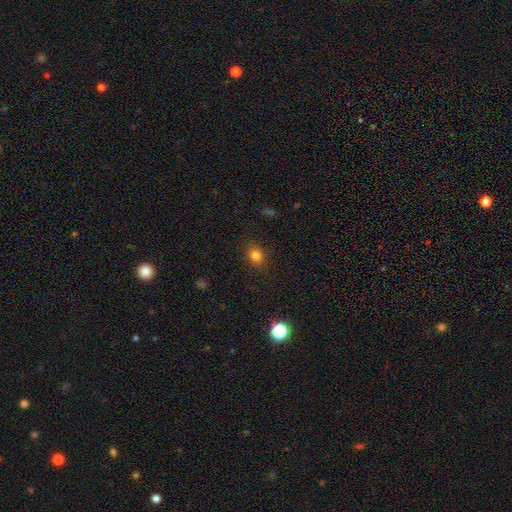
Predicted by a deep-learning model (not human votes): Smooth or featured? smooth (80%)
How rounded? round (61%)
Merging? none (87%)